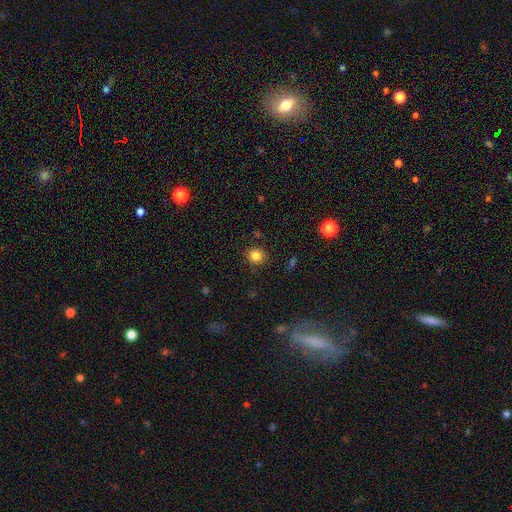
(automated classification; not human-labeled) Morphology: type=smooth (83%); roundness=round (87%); merging=none (88%).